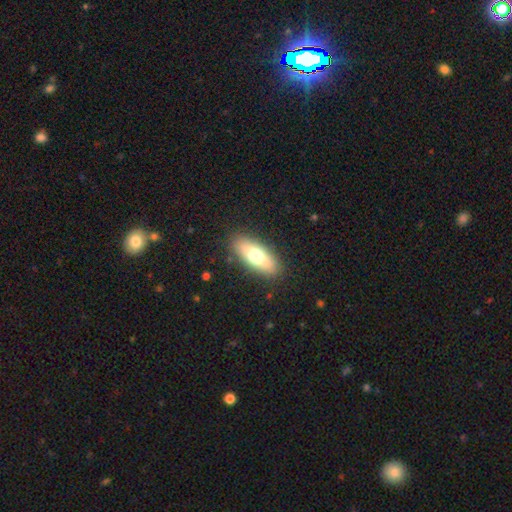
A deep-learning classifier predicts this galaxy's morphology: The model was most divided on "smooth or featured": smooth: 69%, featured or disk: 24%, star or artifact: 7%. More confident: merging — none (87%); how rounded — in between (71%).